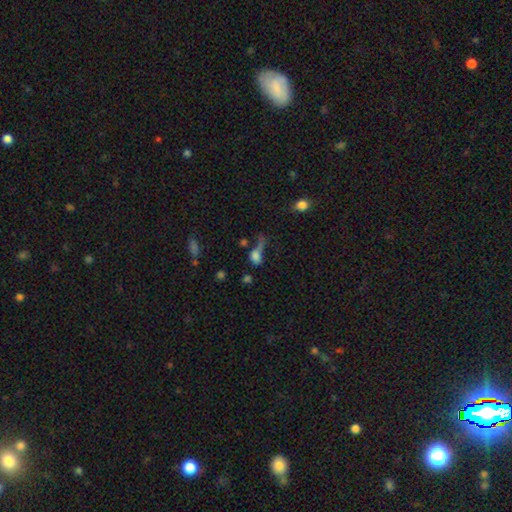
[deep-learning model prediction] A smooth galaxy with no disk features (65%) that is in between round and cigar-shaped (64%). Merging: major disturbance (40%).